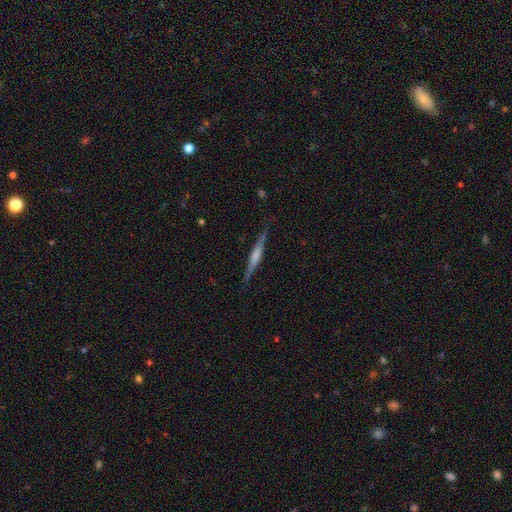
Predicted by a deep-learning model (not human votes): smooth_or_featured: featured or disk (p=0.62) [alt: smooth p=0.32]
disk_edge_on: yes (p=0.97) [alt: no p=0.03]
edge_on_bulge: rounded (p=0.41) [alt: none p=0.32]
merging: none (p=0.87) [alt: minor disturbance p=0.10]